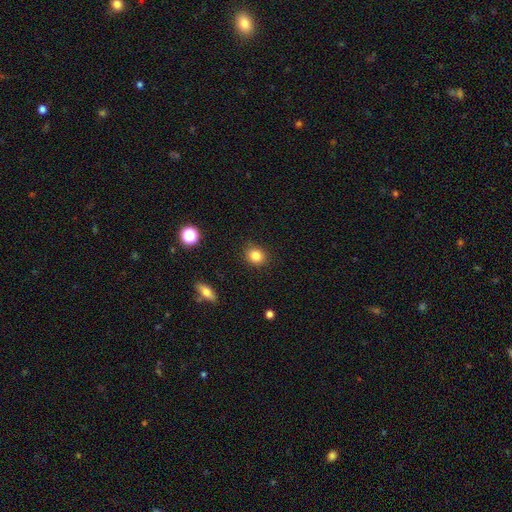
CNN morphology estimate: smooth 84%, star or artifact 10%, featured or disk 5%. Down the decision tree: how rounded — round (71%); merging — none (89%).